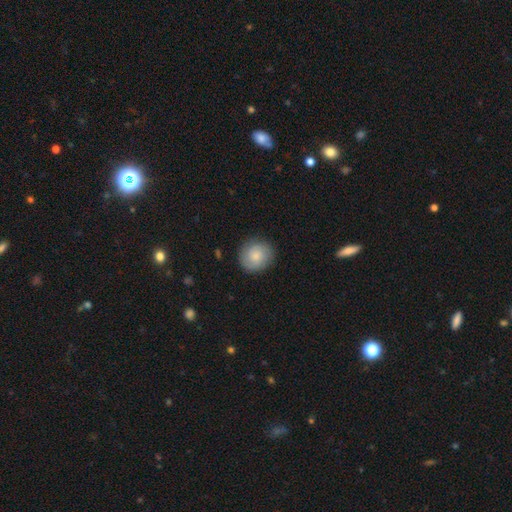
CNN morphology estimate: A smooth galaxy with no disk features (71%) that is round (85%). Merging: none (86%).